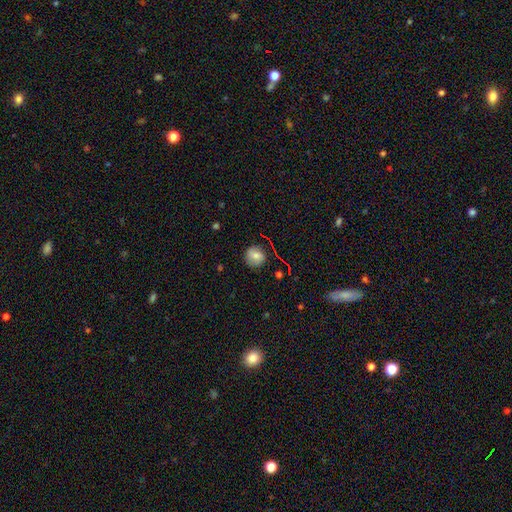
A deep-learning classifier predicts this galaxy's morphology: smooth 73%, featured or disk 17%, star or artifact 11%. Down the decision tree: how rounded — round (87%); merging — none (79%).